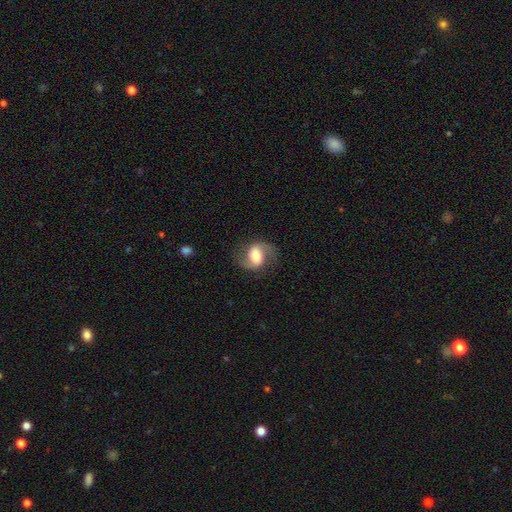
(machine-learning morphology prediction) smooth-or-featured: featured or disk: 65% | smooth: 27% | star or artifact: 8%
  disk-edge-on: no: 97% | yes: 3%
    bar: weak: 42% | strong: 30% | no: 28%
    has-spiral-arms: yes: 91% | no: 9%
      spiral-winding: medium: 44% (tied) | loose: 44% (tied) | tight: 13%
      spiral-arm-count: 2: 90% | can't tell: 4% | 1: 3% | 3: 1% | 4: 1% | more than 4: 1%
    bulge-size: large: 38% | moderate: 35% | small: 13% | dominant: 8% | none: 6%
  merging: none: 74% | minor disturbance: 16% | major disturbance: 9% | merger: 1%